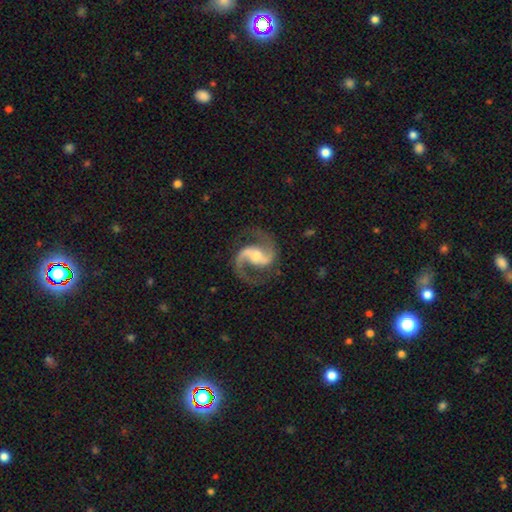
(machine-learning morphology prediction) smooth-or-featured: featured or disk: 93% | star or artifact: 4% | smooth: 3%
  disk-edge-on: no: 98% | yes: 2%
    bar: weak: 43% | no: 29% | strong: 29%
    has-spiral-arms: yes: 98% | no: 2%
      spiral-winding: medium: 62% | loose: 27% | tight: 11%
      spiral-arm-count: 2: 94% | 1: 2% | can't tell: 1% | 3: 1% | 4: 1% | more than 4: 1%
    bulge-size: moderate: 52% | small: 32% | large: 9% | none: 6% | dominant: 1%
  merging: none: 81% | minor disturbance: 12% | major disturbance: 6% | merger: 1%